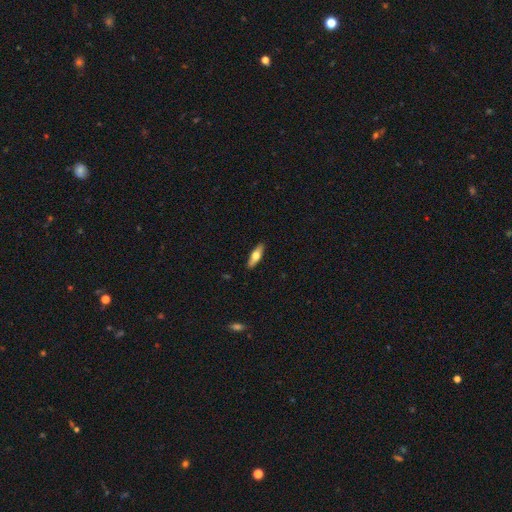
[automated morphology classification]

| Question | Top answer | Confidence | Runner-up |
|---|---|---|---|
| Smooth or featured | smooth | 60% | featured or disk (35%) |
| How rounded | in between | 52% | cigar-shaped (45%) |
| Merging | none | 90% | minor disturbance (8%) |